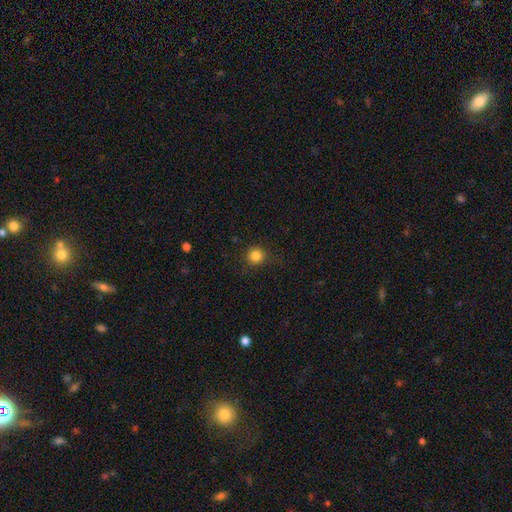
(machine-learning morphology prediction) Smooth or featured?
  - smooth: 84% *
  - star or artifact: 12%
  - featured or disk: 5%
How rounded?
  - round: 92% *
  - in between: 7%
  - cigar-shaped: 1%
Merging?
  - none: 85% *
  - minor disturbance: 10%
  - major disturbance: 3%
  - merger: 1%